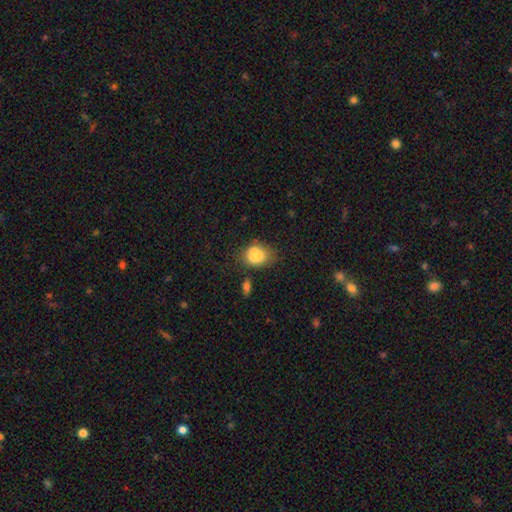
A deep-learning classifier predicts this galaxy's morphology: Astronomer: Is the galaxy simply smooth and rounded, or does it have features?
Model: smooth — 65%.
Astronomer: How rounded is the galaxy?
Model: in between — 58% (runner-up: round, 41%).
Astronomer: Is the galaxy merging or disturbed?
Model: merger — 43% (runner-up: none, 32%).